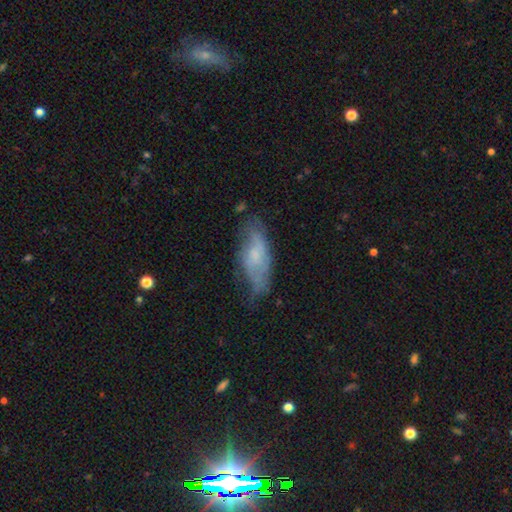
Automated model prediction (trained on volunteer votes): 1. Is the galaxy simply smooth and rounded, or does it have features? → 48% smooth, 45% featured or disk, 8% star or artifact.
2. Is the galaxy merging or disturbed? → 52% none, 32% minor disturbance, 13% major disturbance, 2% merger.